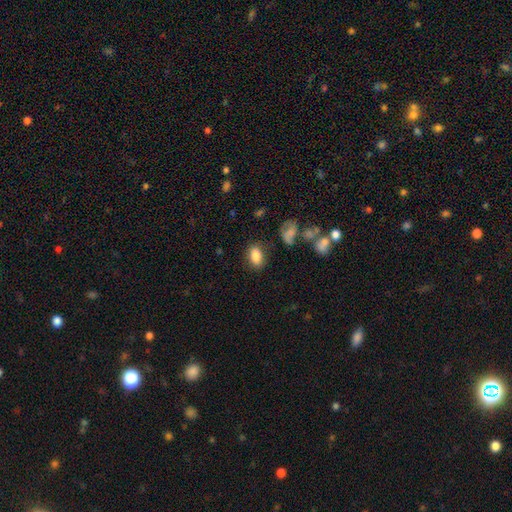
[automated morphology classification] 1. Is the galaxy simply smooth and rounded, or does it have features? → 84% smooth, 9% star or artifact, 7% featured or disk.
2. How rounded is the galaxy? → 87% in between, 10% round, 3% cigar-shaped.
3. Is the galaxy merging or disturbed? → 81% none, 12% minor disturbance, 4% major disturbance, 3% merger.